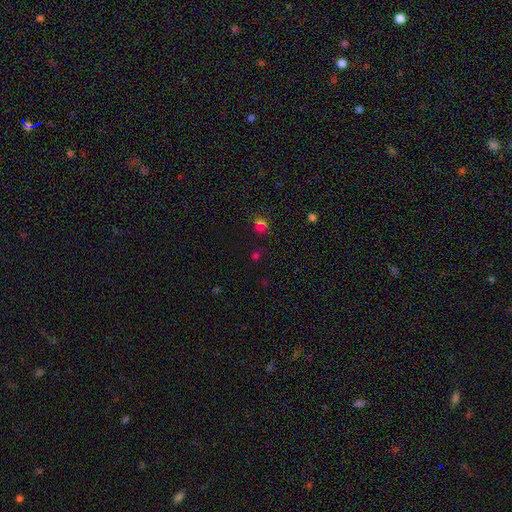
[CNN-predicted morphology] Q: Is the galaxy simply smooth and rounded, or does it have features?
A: star or artifact — 48%.